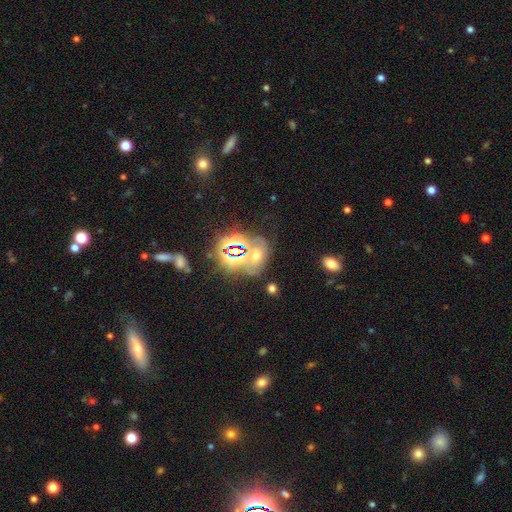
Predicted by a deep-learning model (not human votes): This appears to be a star or artifact, not a galaxy (46%).